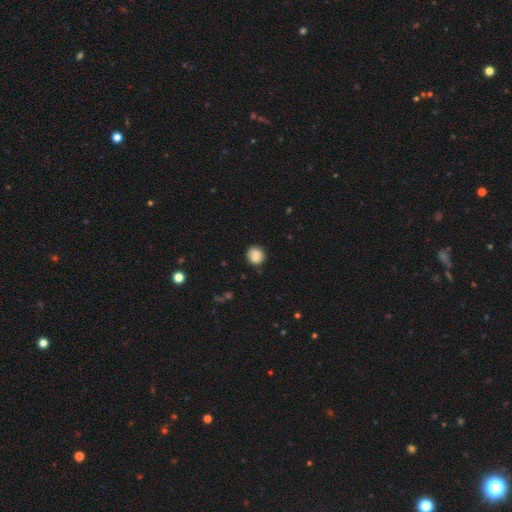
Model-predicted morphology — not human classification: Smooth or featured?
  - smooth: 82% *
  - featured or disk: 9%
  - star or artifact: 9%
How rounded?
  - round: 83% *
  - in between: 16%
  - cigar-shaped: 1%
Merging?
  - none: 79% *
  - minor disturbance: 16%
  - major disturbance: 4%
  - merger: 2%